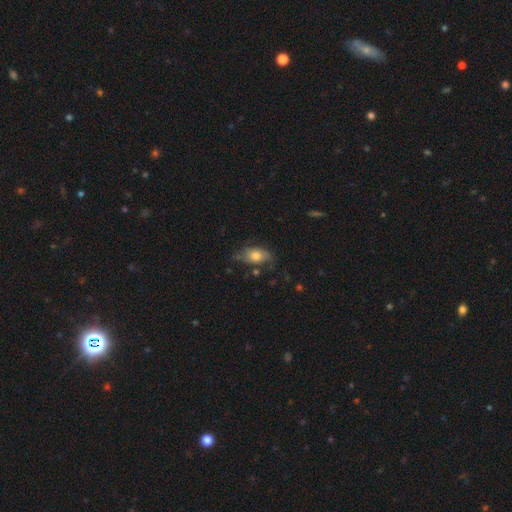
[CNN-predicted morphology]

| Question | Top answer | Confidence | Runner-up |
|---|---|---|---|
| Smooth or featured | smooth | 67% | featured or disk (26%) |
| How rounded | in between | 87% | round (9%) |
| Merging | none | 54% | minor disturbance (31%) |